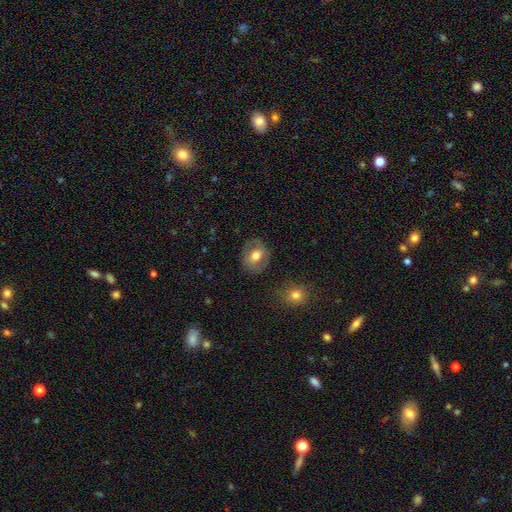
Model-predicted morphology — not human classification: type=smooth (55%); roundness=round (55%); merging=none (80%).